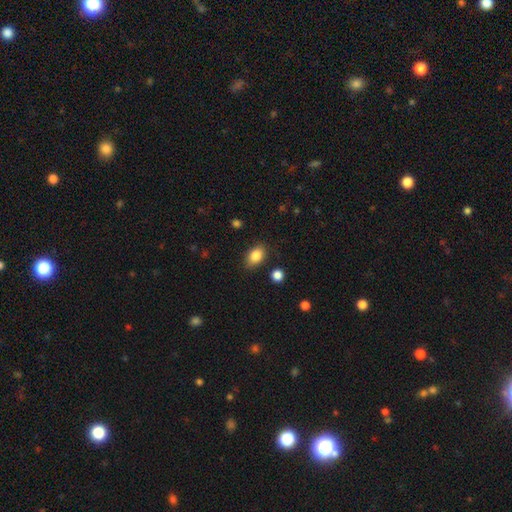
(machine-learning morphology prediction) smooth_or_featured: smooth (p=0.85) [alt: star or artifact p=0.09]
how_rounded: in between (p=0.83) [alt: round p=0.15]
merging: none (p=0.84) [alt: minor disturbance p=0.11]